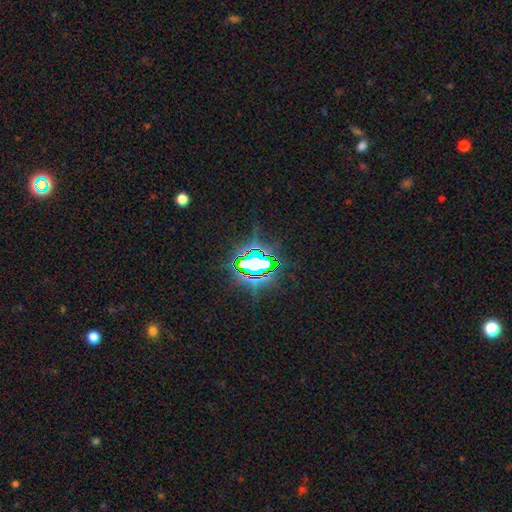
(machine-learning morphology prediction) A star or artifact, not a galaxy (83%).

Vote fractions:
- Smooth or featured? star or artifact: 83% / smooth: 10% / featured or disk: 8%